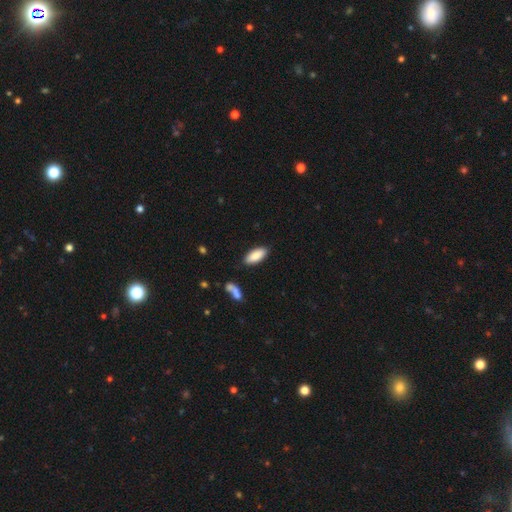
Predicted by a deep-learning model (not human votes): A smooth galaxy with no disk features (88%) that is in between round and cigar-shaped (83%). Merging: none (86%).